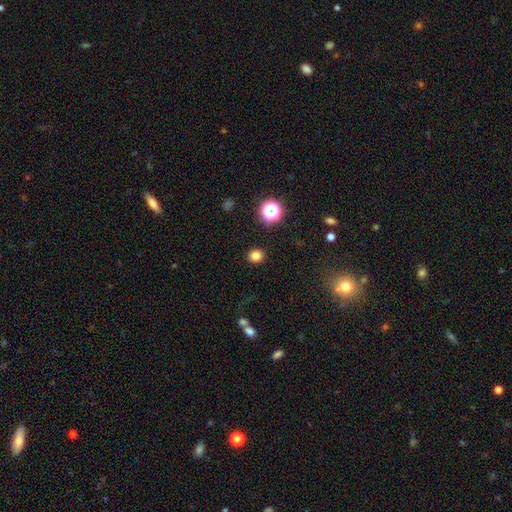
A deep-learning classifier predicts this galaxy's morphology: A smooth galaxy with no disk features (81%) that is round (80%). Merging: none (91%).